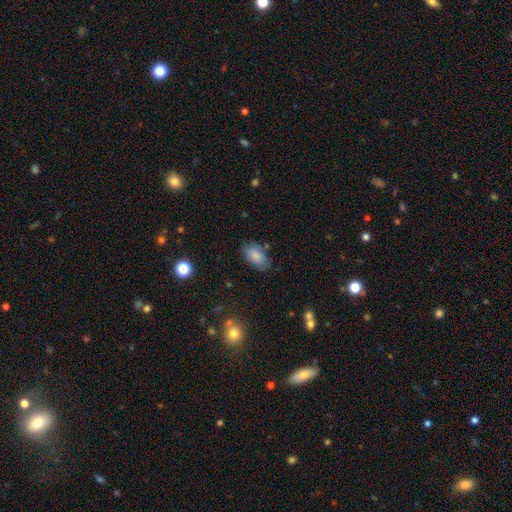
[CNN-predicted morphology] smooth 83%, featured or disk 10%, star or artifact 8%. Down the decision tree: how rounded — in between (92%); merging — none (75%).